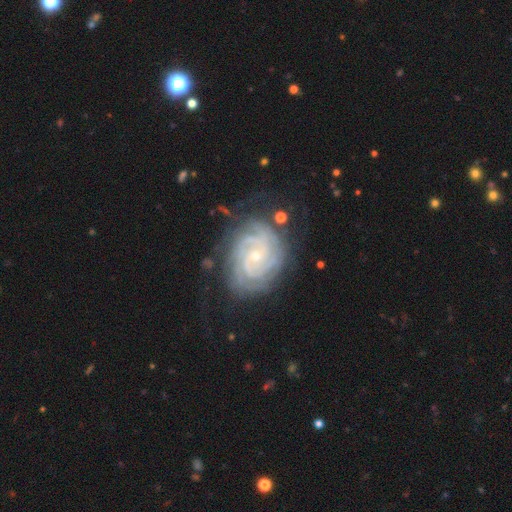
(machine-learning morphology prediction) A featured or disk galaxy (90%) with no bar (67%), 4 (26%) tight (81%) spiral arms (98%) and a small central bulge (75%). Merging: none (76%).